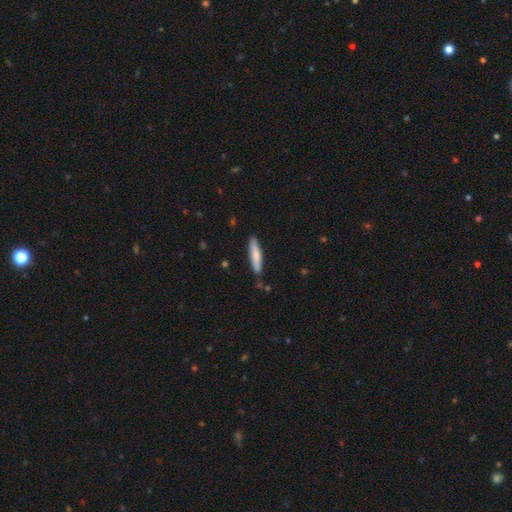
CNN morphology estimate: The model was most divided on "smooth or featured": smooth: 76%, featured or disk: 18%, star or artifact: 5%. More confident: how rounded — cigar-shaped (86%); merging — none (84%).